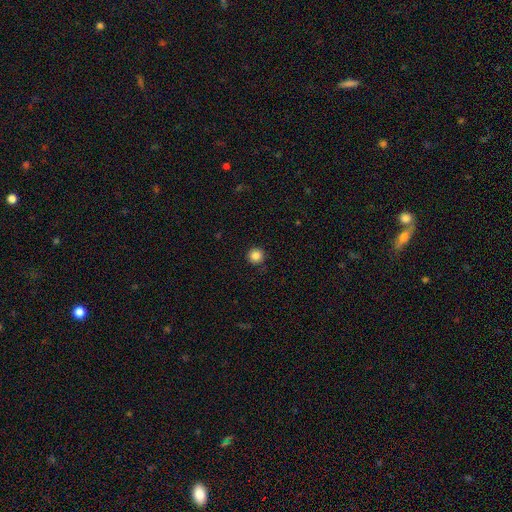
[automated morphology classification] Smooth or featured? smooth (85%)
How rounded? round (96%)
Merging? none (91%)